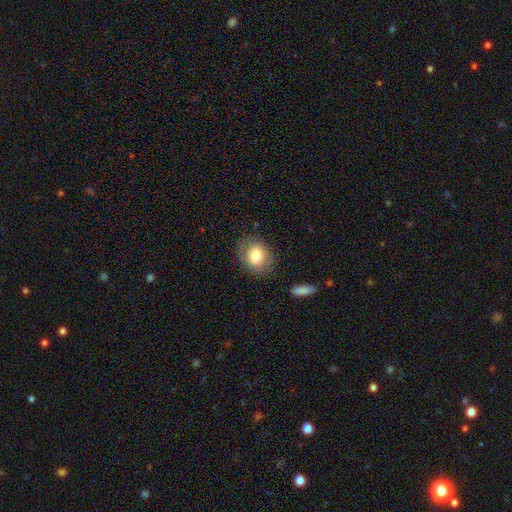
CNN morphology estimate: Overall: smooth (77%). How rounded: round (53%; in between 46%). Merging: none (79%).